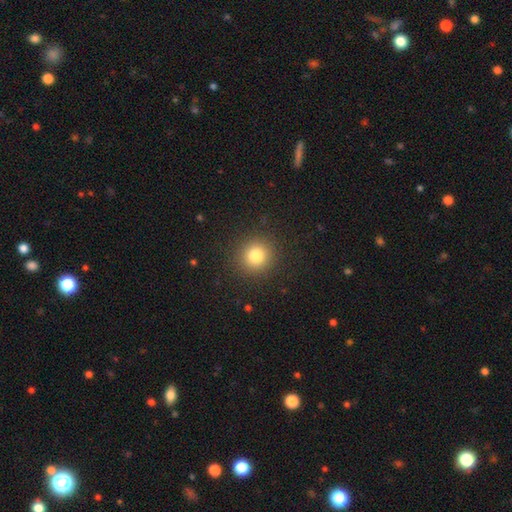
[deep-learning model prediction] Morphology: type=smooth (80%); roundness=round (92%); merging=none (90%).